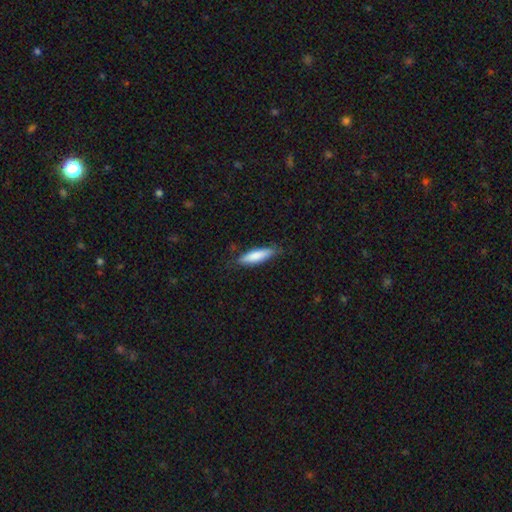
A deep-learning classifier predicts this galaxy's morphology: Smooth or featured?
  - smooth: 80% *
  - featured or disk: 14%
  - star or artifact: 6%
How rounded?
  - cigar-shaped: 66% *
  - in between: 33%
  - round: 1%
Merging?
  - none: 79% *
  - minor disturbance: 16%
  - major disturbance: 3%
  - merger: 1%